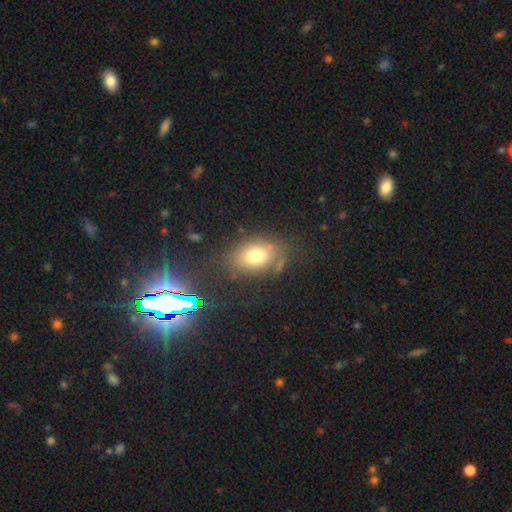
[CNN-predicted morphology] This appears to be a smooth galaxy with no disk features (71%) that is in between round and cigar-shaped (75%). Merging: none (66%).